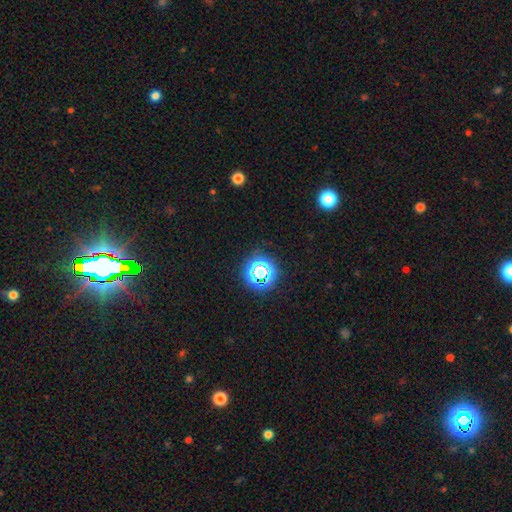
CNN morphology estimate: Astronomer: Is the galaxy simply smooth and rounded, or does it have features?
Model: star or artifact — 73%.